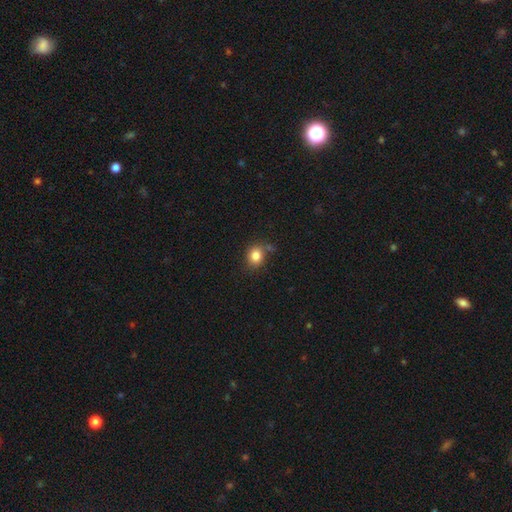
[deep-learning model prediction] Q: Smooth or featured?
A: smooth (84%); runner-up: star or artifact (11%)
Q: How rounded?
A: round (62%); runner-up: in between (37%)
Q: Merging?
A: none (73%); runner-up: minor disturbance (16%)